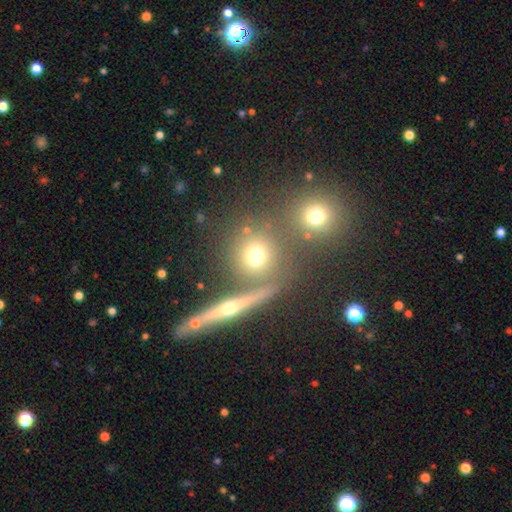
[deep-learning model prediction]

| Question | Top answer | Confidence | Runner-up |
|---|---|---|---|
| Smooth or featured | smooth | 68% | featured or disk (17%) |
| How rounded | round | 87% | in between (10%) |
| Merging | none | 68% | merger (20%) |